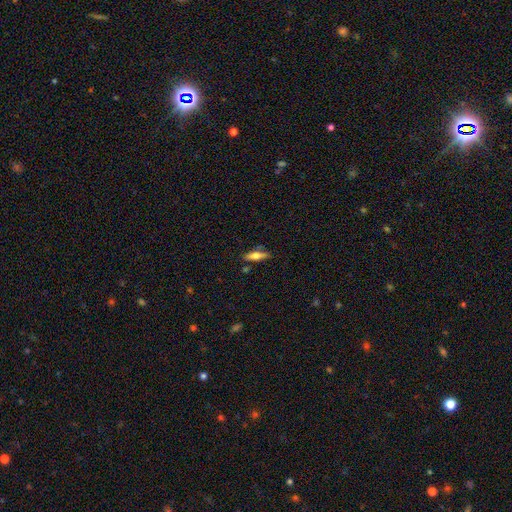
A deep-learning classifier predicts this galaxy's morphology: Overall: smooth (48%; featured or disk 45%). Merging: none (77%).